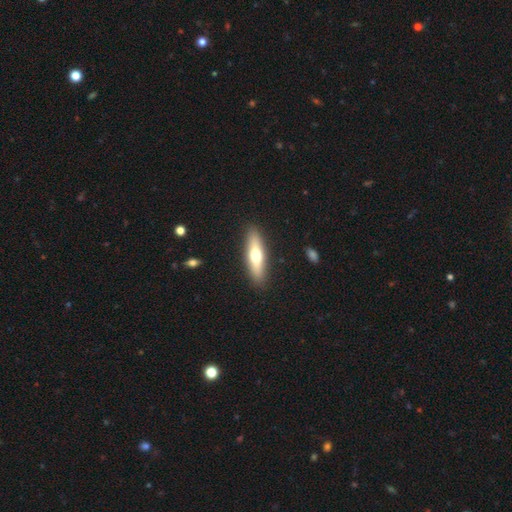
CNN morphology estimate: A smooth galaxy with no disk features (56%) that is cigar-shaped (70%). Merging: none (90%).